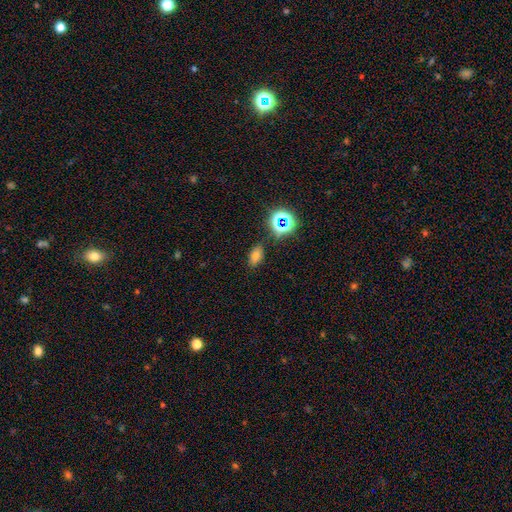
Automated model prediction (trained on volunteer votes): Smooth or featured?
  - smooth: 65% *
  - star or artifact: 23%
  - featured or disk: 11%
How rounded?
  - in between: 84% *
  - round: 13%
  - cigar-shaped: 3%
Merging?
  - none: 83% *
  - minor disturbance: 11%
  - major disturbance: 3%
  - merger: 3%